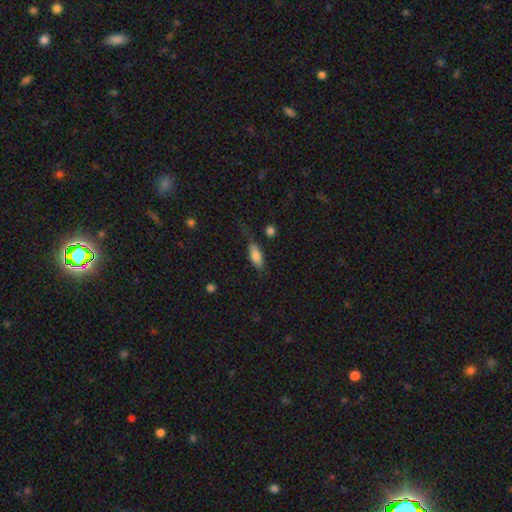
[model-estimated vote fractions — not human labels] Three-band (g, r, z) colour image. It shows a smooth galaxy with no disk features (78%) that is in between round and cigar-shaped (74%). Merging: none (51%).